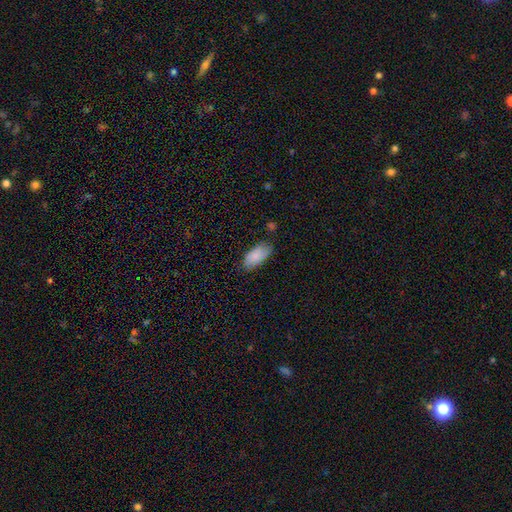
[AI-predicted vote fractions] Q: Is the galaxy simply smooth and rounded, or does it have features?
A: smooth — 85%.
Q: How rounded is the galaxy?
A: in between — 92%.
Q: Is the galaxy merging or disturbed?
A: none — 72%.